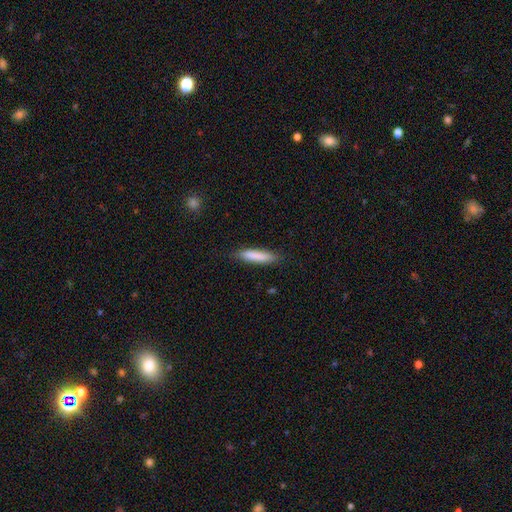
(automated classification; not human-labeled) A smooth galaxy with no disk features (85%) that is cigar-shaped (79%). Merging: none (85%).